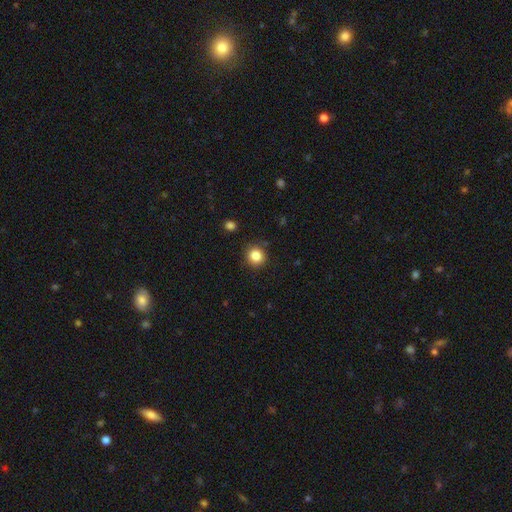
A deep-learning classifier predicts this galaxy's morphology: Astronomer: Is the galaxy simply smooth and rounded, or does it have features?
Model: smooth — 85%.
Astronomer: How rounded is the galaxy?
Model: round — 92%.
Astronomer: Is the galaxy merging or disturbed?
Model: none — 89%.